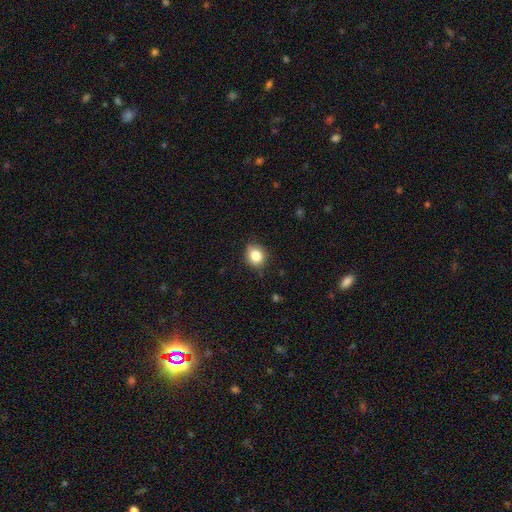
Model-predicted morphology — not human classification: smooth-or-featured: smooth: 83% | star or artifact: 10% | featured or disk: 7%
  how-rounded: round: 70% | in between: 29% | cigar-shaped: 1%
  merging: none: 82% | minor disturbance: 14% | major disturbance: 3% | merger: 1%